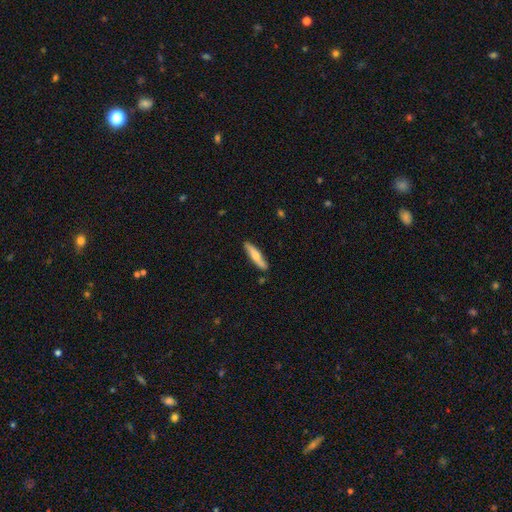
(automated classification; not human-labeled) A smooth galaxy with no disk features (63%) that is cigar-shaped (83%).

Vote fractions:
- Smooth or featured? smooth: 63% / featured or disk: 32% / star or artifact: 5%
- How rounded? cigar-shaped: 83% / in between: 16% / round: 2%
- Merging? none: 86% / minor disturbance: 11% / merger: 2% / major disturbance: 2%